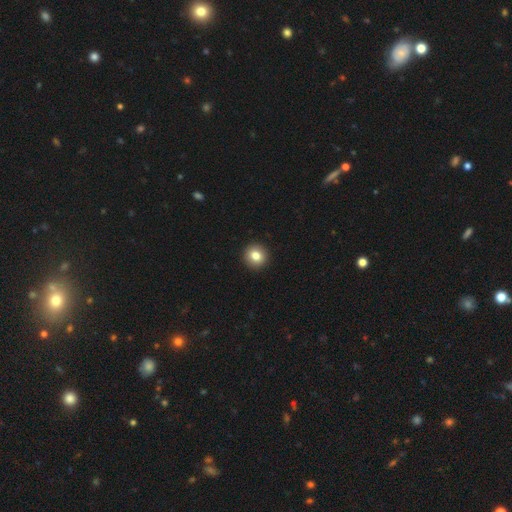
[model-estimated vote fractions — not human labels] A smooth galaxy with no disk features (83%) that is round (93%). Merging: none (93%).